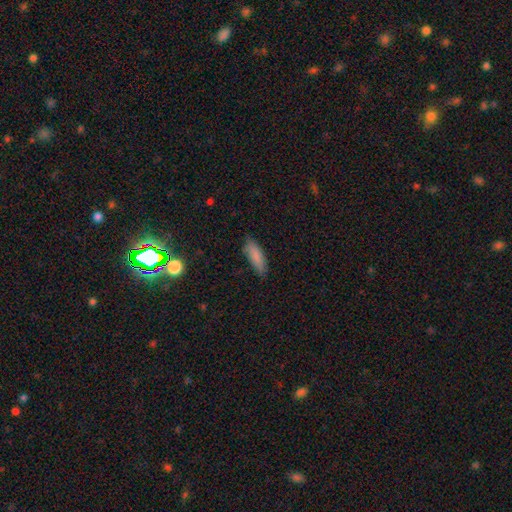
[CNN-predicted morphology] smooth_or_featured: smooth (p=0.85) [alt: featured or disk p=0.08]
how_rounded: in between (p=0.56) [alt: cigar-shaped p=0.43]
merging: none (p=0.82) [alt: minor disturbance p=0.15]